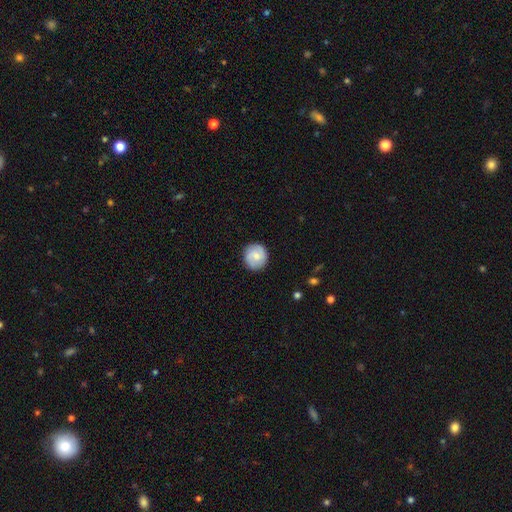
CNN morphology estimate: Smooth or featured?
  - smooth: 63% *
  - featured or disk: 30%
  - star or artifact: 7%
How rounded?
  - round: 92% *
  - in between: 7%
  - cigar-shaped: 1%
Merging?
  - none: 87% *
  - minor disturbance: 10%
  - major disturbance: 2%
  - merger: 1%